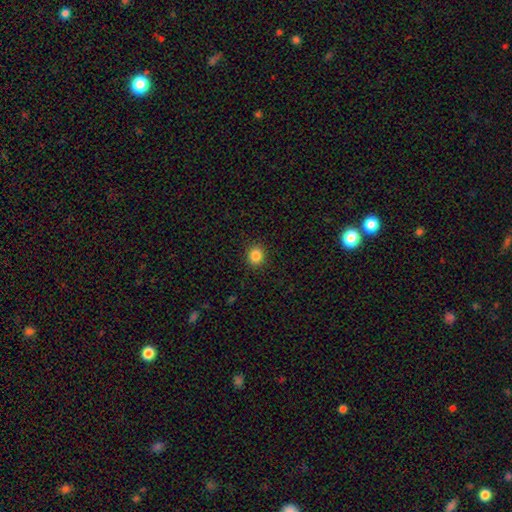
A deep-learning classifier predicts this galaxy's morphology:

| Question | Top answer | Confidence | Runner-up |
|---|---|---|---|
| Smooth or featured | smooth | 86% | star or artifact (11%) |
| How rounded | round | 80% | in between (19%) |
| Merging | none | 91% | minor disturbance (6%) |